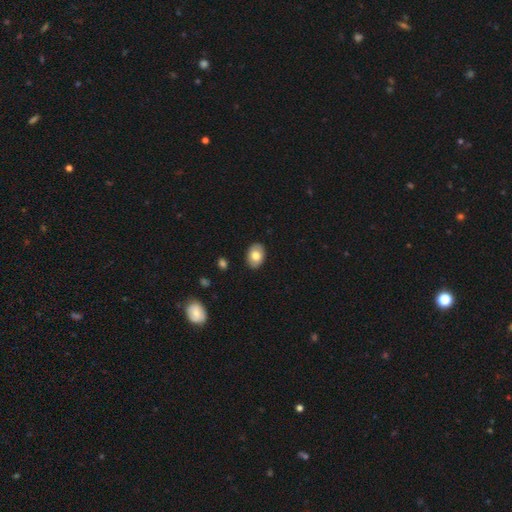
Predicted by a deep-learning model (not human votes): smooth_or_featured: smooth (p=0.77) [alt: featured or disk p=0.16]
how_rounded: in between (p=0.83) [alt: round p=0.16]
merging: none (p=0.88) [alt: minor disturbance p=0.09]